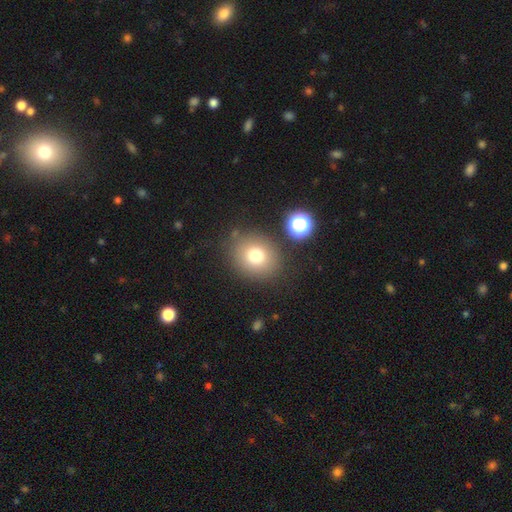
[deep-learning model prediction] A smooth galaxy with no disk features (76%) that is round (75%).

Vote fractions:
- Smooth or featured? smooth: 76% / star or artifact: 13% / featured or disk: 11%
- How rounded? round: 75% / in between: 24% / cigar-shaped: 1%
- Merging? none: 81% / minor disturbance: 10% / merger: 5% / major disturbance: 4%